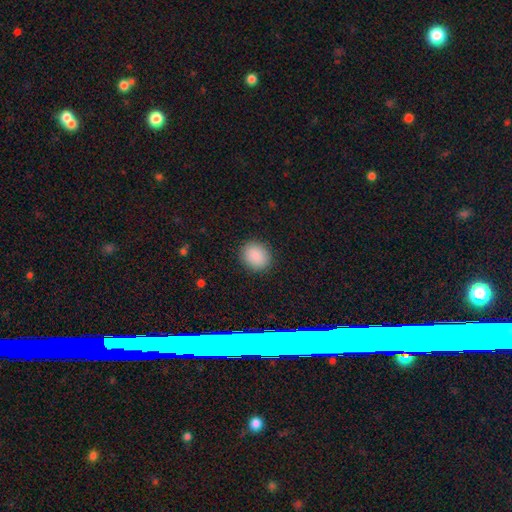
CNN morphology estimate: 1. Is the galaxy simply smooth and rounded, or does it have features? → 87% smooth, 9% star or artifact, 4% featured or disk.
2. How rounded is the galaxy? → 73% round, 26% in between, 1% cigar-shaped.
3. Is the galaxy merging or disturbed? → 90% none, 7% minor disturbance, 2% major disturbance, 1% merger.